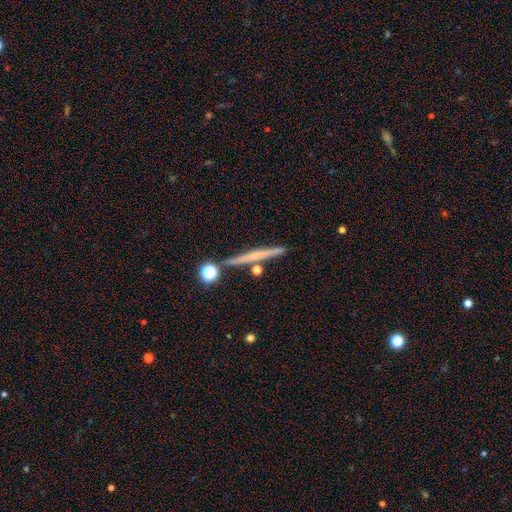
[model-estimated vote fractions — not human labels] smooth-or-featured: featured or disk: 54% | smooth: 38% | star or artifact: 9%
  disk-edge-on: yes: 97% | no: 3%
    edge-on-bulge: none: 70% | rounded: 24% | boxy: 6%
  merging: none: 84% | minor disturbance: 8% | merger: 6% | major disturbance: 2%